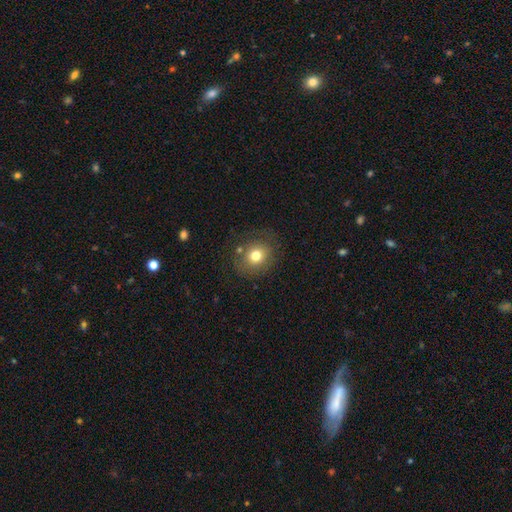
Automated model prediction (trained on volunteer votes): Smooth or featured?
  - smooth: 74% *
  - featured or disk: 15%
  - star or artifact: 12%
How rounded?
  - round: 73% *
  - in between: 26%
  - cigar-shaped: 1%
Merging?
  - none: 75% *
  - minor disturbance: 14%
  - major disturbance: 7%
  - merger: 4%